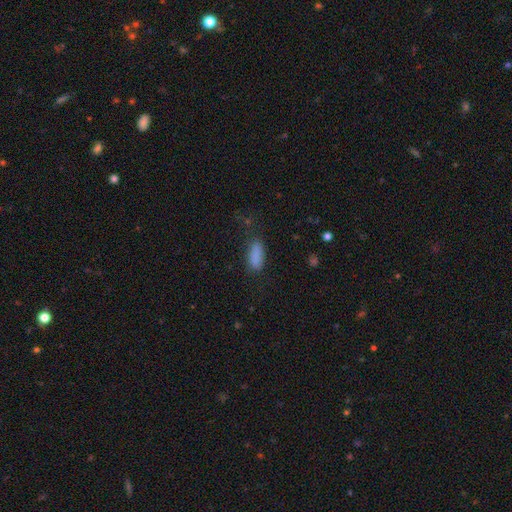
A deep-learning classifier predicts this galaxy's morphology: The model was most divided on "how rounded": in between: 67%, cigar-shaped: 30%, round: 2%. More confident: smooth or featured — smooth (86%); merging — none (74%).